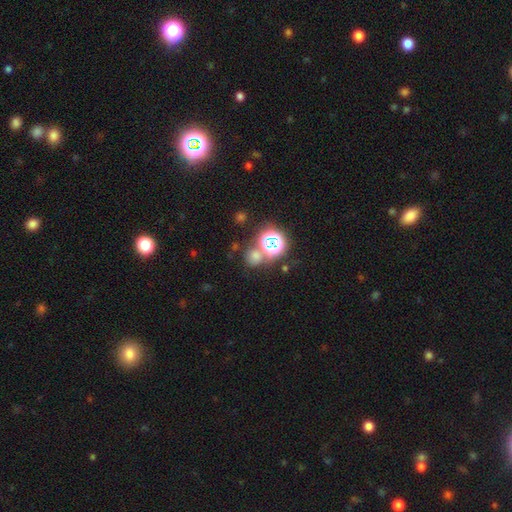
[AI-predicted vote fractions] This is possibly a smooth galaxy (57%). How rounded: clearly round (83%). Merging: likely none (62%).